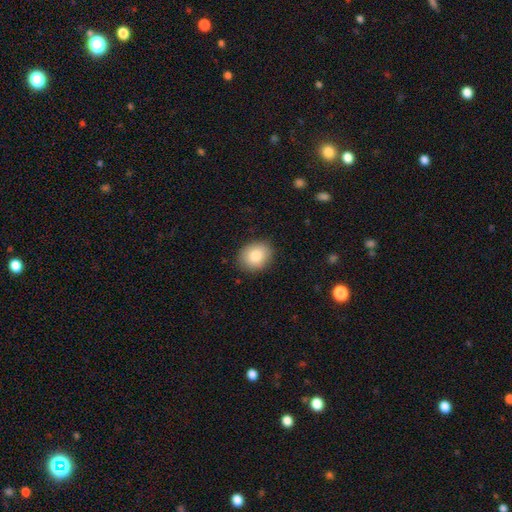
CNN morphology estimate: Q: Smooth or featured?
A: smooth (84%); runner-up: star or artifact (8%)
Q: How rounded?
A: round (50%); runner-up: in between (49%)
Q: Merging?
A: none (86%); runner-up: minor disturbance (10%)